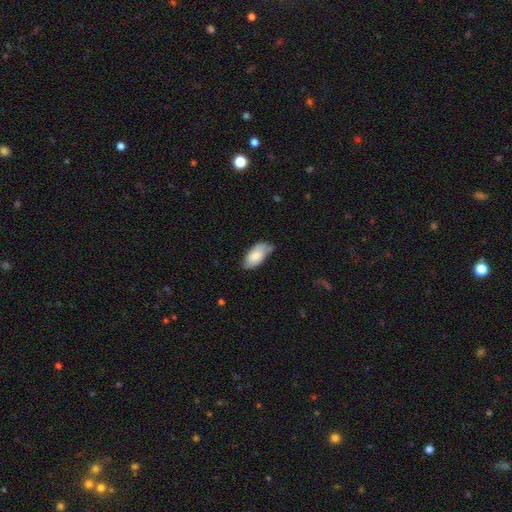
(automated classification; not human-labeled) This appears to be a smooth galaxy with no disk features (80%) that is in between round and cigar-shaped (94%). Merging: none (57%).